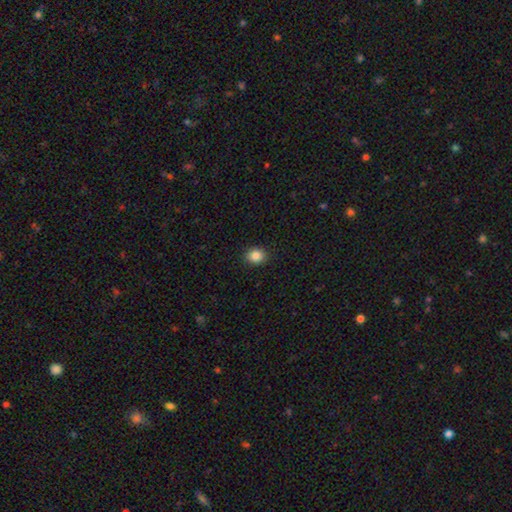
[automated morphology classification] Smooth or featured? smooth (85%)
How rounded? round (66%)
Merging? none (91%)